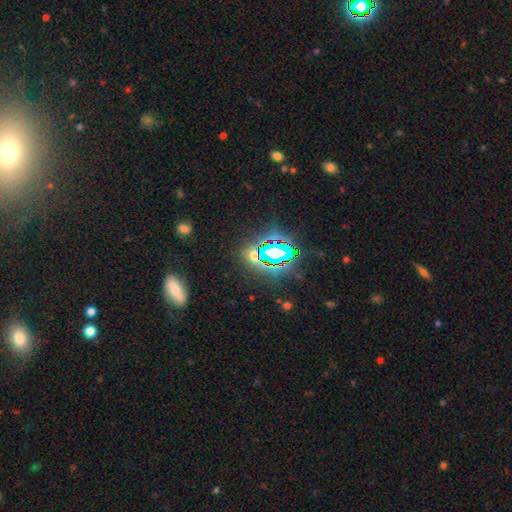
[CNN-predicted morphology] Smooth or featured?
  - star or artifact: 71% *
  - smooth: 18%
  - featured or disk: 10%